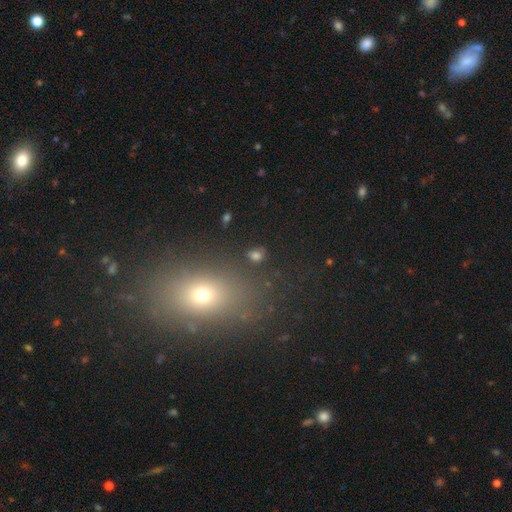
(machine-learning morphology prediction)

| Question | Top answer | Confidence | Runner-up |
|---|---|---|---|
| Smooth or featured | smooth | 73% | star or artifact (19%) |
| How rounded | in between | 49% | tied: round (49%) |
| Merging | none | 78% | minor disturbance (11%) |